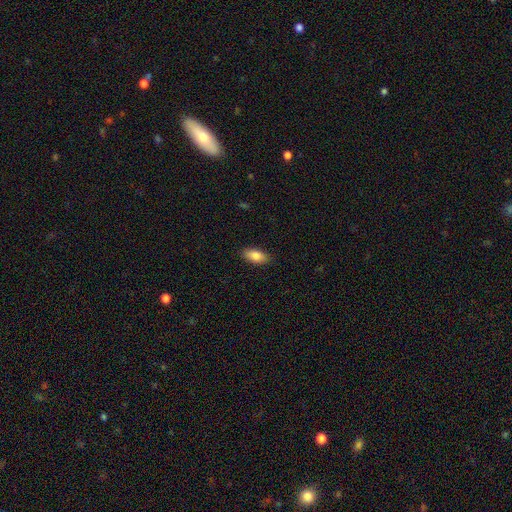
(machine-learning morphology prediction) smooth-or-featured: smooth: 84% | featured or disk: 9% | star or artifact: 7%
  how-rounded: in between: 88% | cigar-shaped: 9% | round: 3%
  merging: none: 88% | minor disturbance: 9% | major disturbance: 2% | merger: 1%